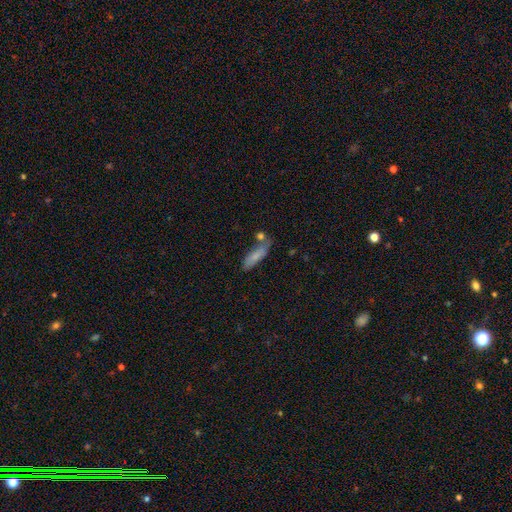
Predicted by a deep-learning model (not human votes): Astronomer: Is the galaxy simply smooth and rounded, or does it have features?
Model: smooth — 76%.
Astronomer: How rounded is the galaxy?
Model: cigar-shaped — 63%.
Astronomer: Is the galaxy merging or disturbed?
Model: none — 60%.